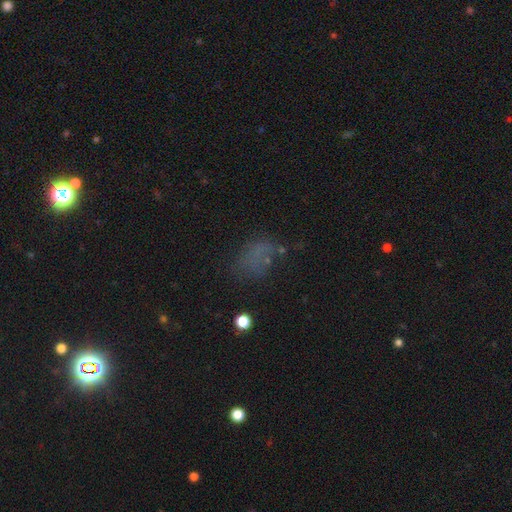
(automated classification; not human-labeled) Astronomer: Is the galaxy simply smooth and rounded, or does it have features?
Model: smooth — 50% (runner-up: star or artifact, 30%).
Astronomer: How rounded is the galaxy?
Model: in between — 75%.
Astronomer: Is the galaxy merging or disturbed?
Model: none — 48% (runner-up: major disturbance, 25%).